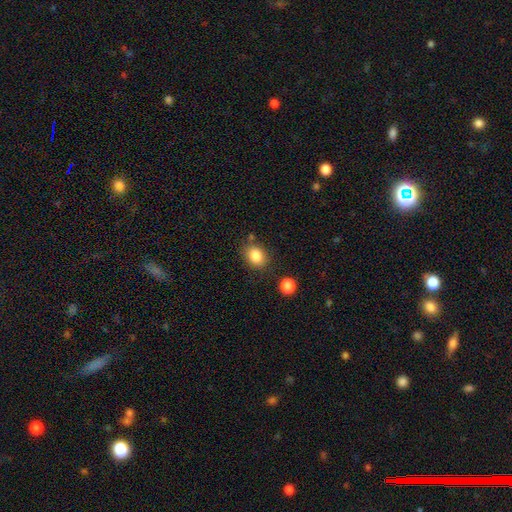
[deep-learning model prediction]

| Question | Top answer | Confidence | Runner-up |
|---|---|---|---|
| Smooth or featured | smooth | 85% | star or artifact (10%) |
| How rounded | in between | 54% | round (45%) |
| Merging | none | 79% | minor disturbance (13%) |